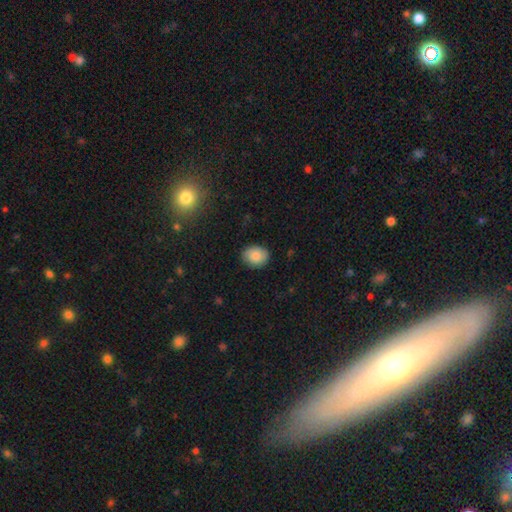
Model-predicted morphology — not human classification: This appears to be a smooth galaxy with no disk features (86%) that is round (51%). Merging: none (86%).